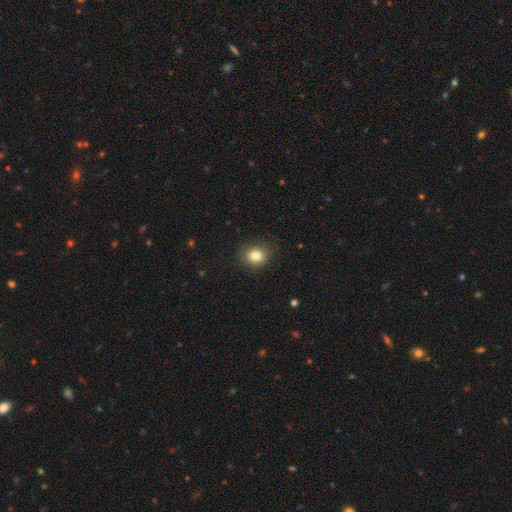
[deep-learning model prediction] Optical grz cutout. It shows a smooth galaxy with no disk features (82%) that is round (75%). Merging: none (87%).